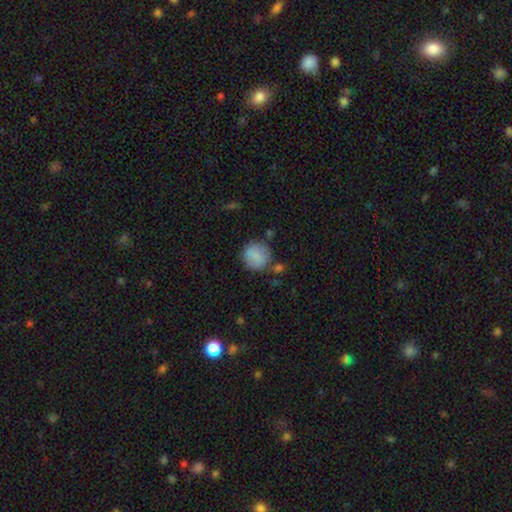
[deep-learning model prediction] smooth_or_featured: smooth (p=0.84) [alt: featured or disk p=0.08]
how_rounded: round (p=0.89) [alt: in between p=0.10]
merging: none (p=0.72) [alt: minor disturbance p=0.16]